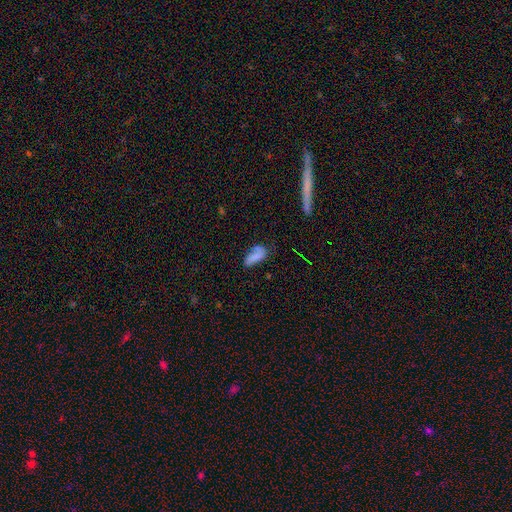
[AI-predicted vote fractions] smooth 67%, featured or disk 22%, star or artifact 11%. Down the decision tree: how rounded — in between (79%); merging — none (41%).